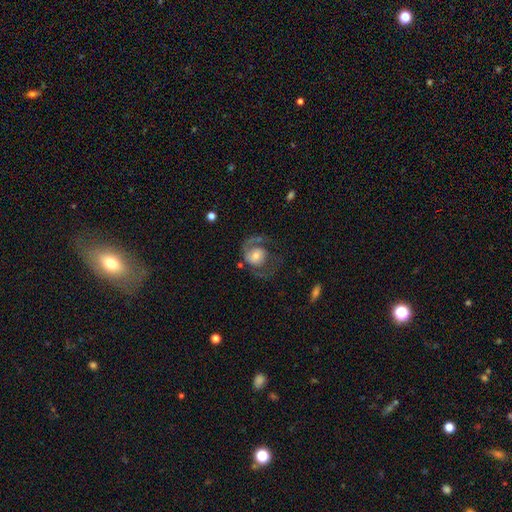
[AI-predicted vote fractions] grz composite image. It shows a featured or disk galaxy (67%) with no bar (71%), 2 (44%, tied with 1) medium (43%) spiral arms (81%) and a moderate central bulge (46%). Merging: none (44%).